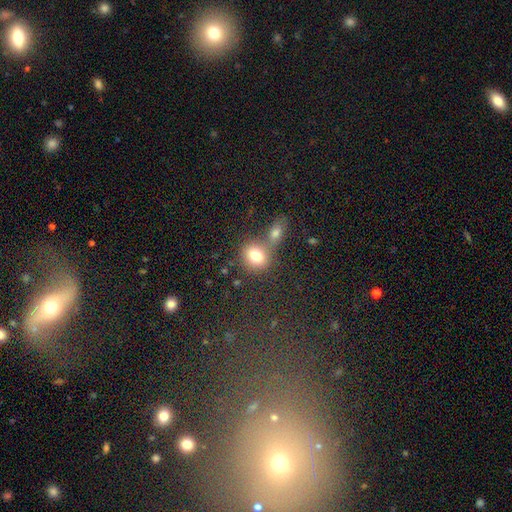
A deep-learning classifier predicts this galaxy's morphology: Smooth or featured: smooth — 78% (star or artifact — 11%)
How rounded: round — 67% (in between — 32%)
Merging: none — 46% (merger — 40%)